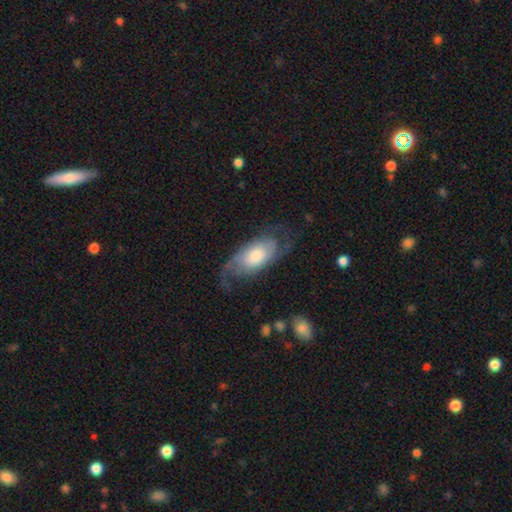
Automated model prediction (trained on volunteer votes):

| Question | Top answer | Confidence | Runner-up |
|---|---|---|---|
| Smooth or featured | featured or disk | 69% | smooth (25%) |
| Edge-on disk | no | 92% | yes (8%) |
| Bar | no | 71% | weak (24%) |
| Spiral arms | yes | 90% | no (10%) |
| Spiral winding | medium | 42% | loose (32%) |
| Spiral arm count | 2 | 76% | can't tell (13%) |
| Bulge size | moderate | 39% | large (36%) |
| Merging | none | 62% | minor disturbance (20%) |